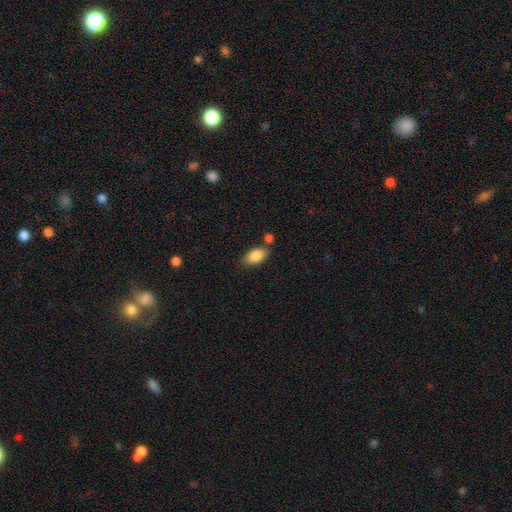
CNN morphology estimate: smooth_or_featured: smooth (p=0.85) [alt: featured or disk p=0.08]
how_rounded: in between (p=0.92) [alt: round p=0.04]
merging: none (p=0.71) [alt: minor disturbance p=0.14]